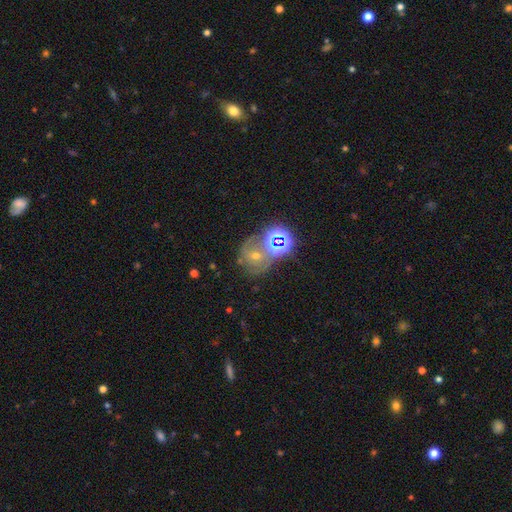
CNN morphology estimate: Smooth or featured: featured or disk — 44% (star or artifact — 35%)
Merging: none — 55% (merger — 18%)